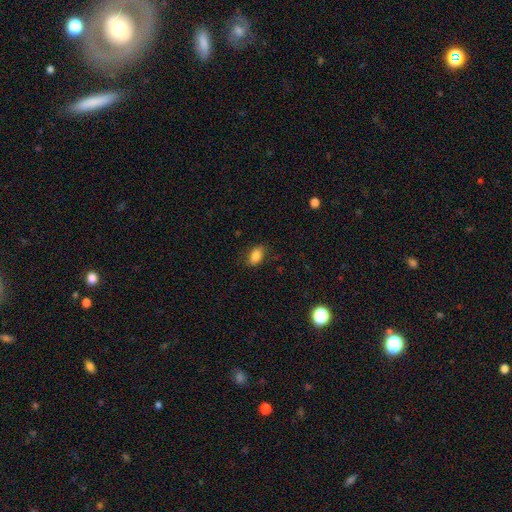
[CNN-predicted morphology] The model was most divided on "merging": none: 82%, minor disturbance: 13%, major disturbance: 3%, merger: 1%. More confident: how rounded — in between (88%); smooth or featured — smooth (85%).